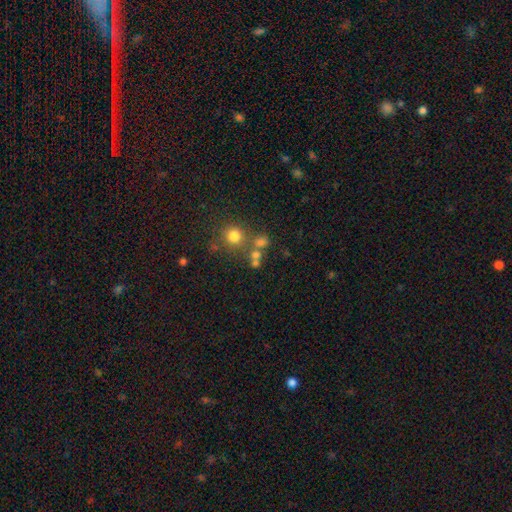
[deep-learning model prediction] smooth_or_featured: smooth (p=0.63) [alt: star or artifact p=0.23]
how_rounded: round (p=0.80) [alt: in between p=0.19]
merging: none (p=0.55) [alt: merger p=0.30]